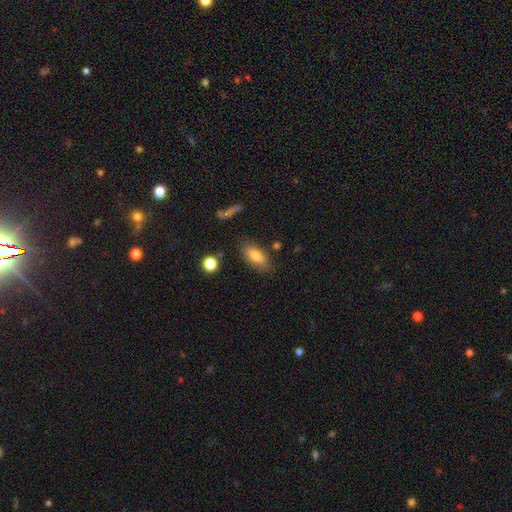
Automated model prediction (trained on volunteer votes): Smooth or featured?
  - smooth: 77% *
  - featured or disk: 15%
  - star or artifact: 8%
How rounded?
  - in between: 82% *
  - cigar-shaped: 15%
  - round: 3%
Merging?
  - none: 78% *
  - minor disturbance: 15%
  - major disturbance: 4%
  - merger: 3%